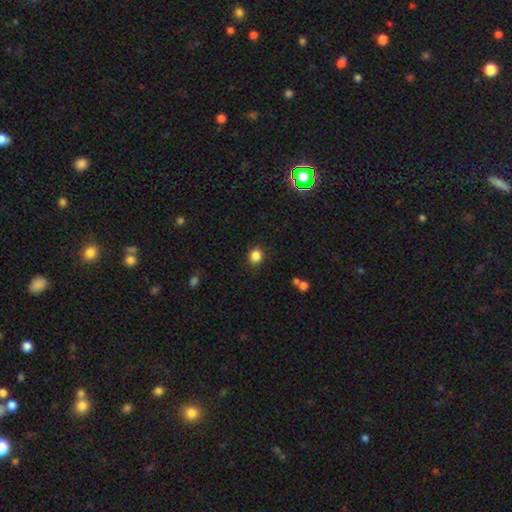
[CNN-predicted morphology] smooth_or_featured: smooth (p=0.85) [alt: star or artifact p=0.11]
how_rounded: round (p=0.75) [alt: in between p=0.24]
merging: none (p=0.86) [alt: minor disturbance p=0.10]